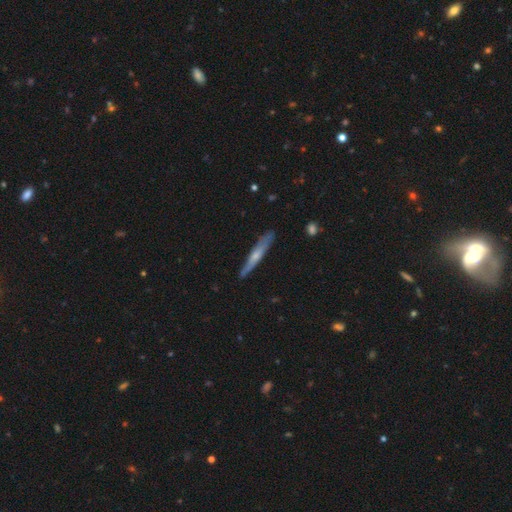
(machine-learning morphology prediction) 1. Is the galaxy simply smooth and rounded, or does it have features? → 51% featured or disk, 44% smooth, 6% star or artifact.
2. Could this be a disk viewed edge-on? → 90% yes, 10% no.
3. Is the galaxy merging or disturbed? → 83% none, 13% minor disturbance, 2% major disturbance, 2% merger.